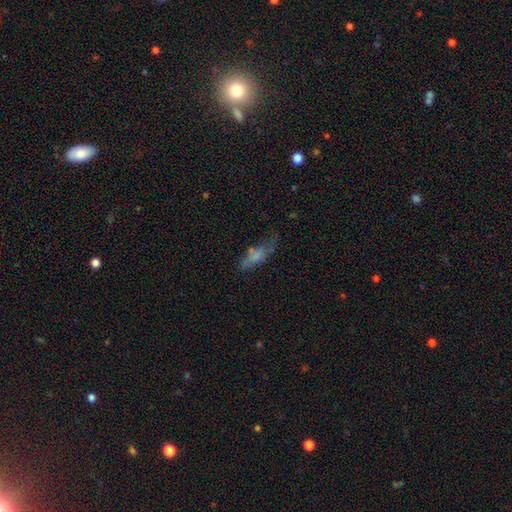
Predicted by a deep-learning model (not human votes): smooth 57%, featured or disk 31%, star or artifact 12%. Down the decision tree: how rounded — in between (61%); merging — none (37%).